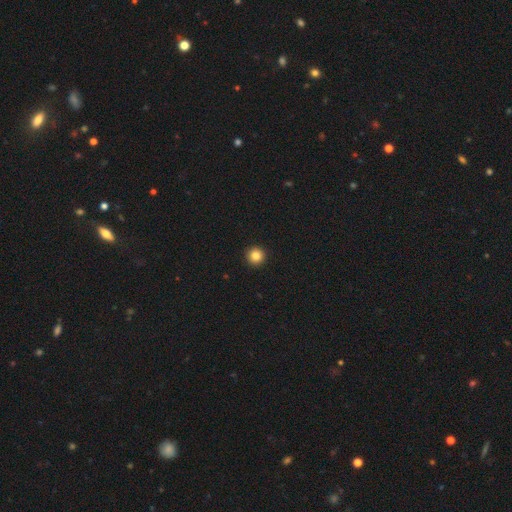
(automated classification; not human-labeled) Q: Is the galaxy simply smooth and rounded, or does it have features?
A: smooth — 84%.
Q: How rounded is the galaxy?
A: round — 96%.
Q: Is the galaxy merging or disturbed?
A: none — 94%.